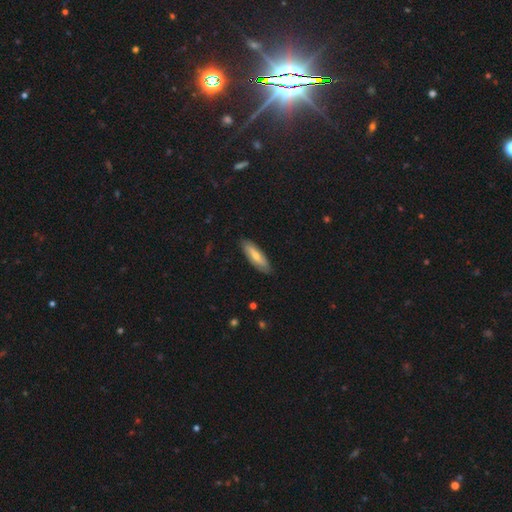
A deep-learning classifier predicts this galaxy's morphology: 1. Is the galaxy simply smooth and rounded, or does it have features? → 57% smooth, 38% featured or disk, 5% star or artifact.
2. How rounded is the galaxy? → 53% in between, 45% cigar-shaped, 2% round.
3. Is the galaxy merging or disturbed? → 85% none, 12% minor disturbance, 2% major disturbance, 1% merger.